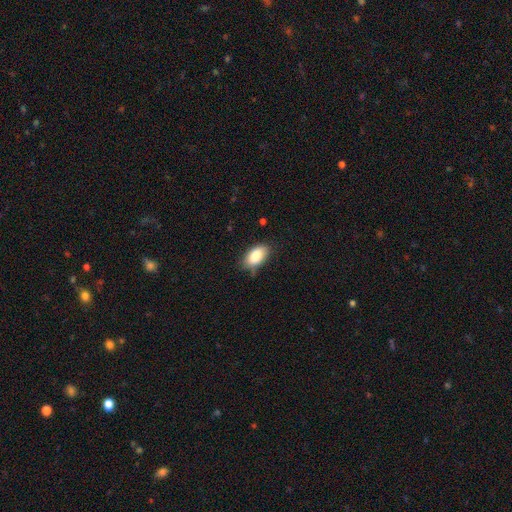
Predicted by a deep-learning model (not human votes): This is clearly a smooth galaxy (85%). How rounded: clearly in between (93%). Merging: likely none (76%).